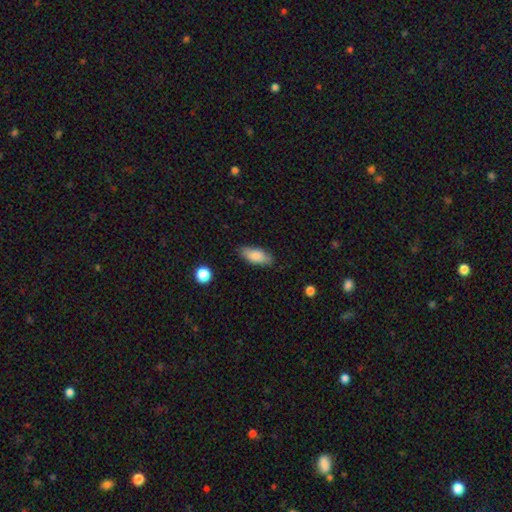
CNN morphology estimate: smooth_or_featured: smooth (p=0.84) [alt: featured or disk p=0.10]
how_rounded: in between (p=0.80) [alt: cigar-shaped p=0.17]
merging: none (p=0.82) [alt: minor disturbance p=0.13]